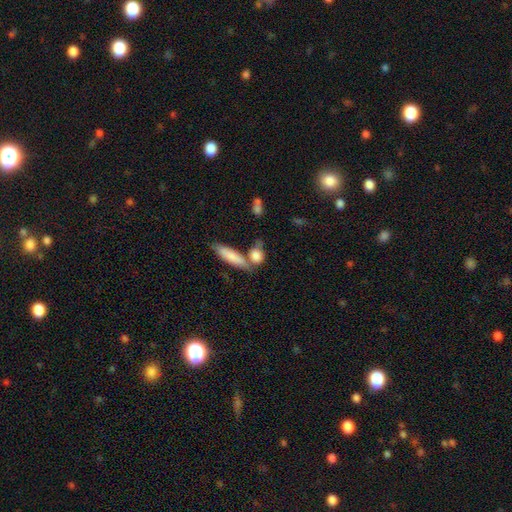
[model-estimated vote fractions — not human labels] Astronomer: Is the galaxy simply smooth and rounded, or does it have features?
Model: smooth — 81%.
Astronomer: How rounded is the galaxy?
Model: in between — 47% (runner-up: round, 35%).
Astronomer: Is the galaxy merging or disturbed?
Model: none — 48% (runner-up: merger, 32%).